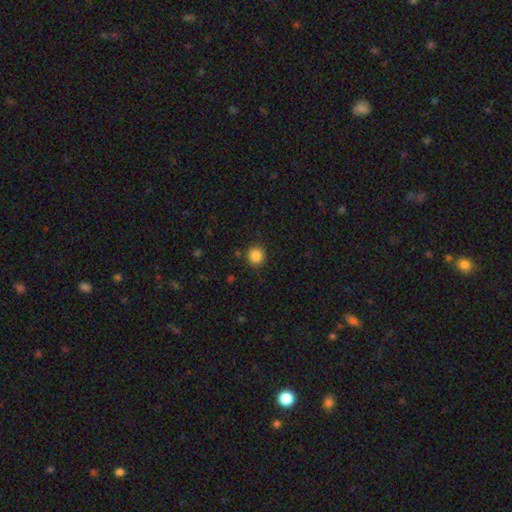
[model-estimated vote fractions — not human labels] This appears to be a smooth galaxy with no disk features (86%) that is round (92%). Merging: none (89%).